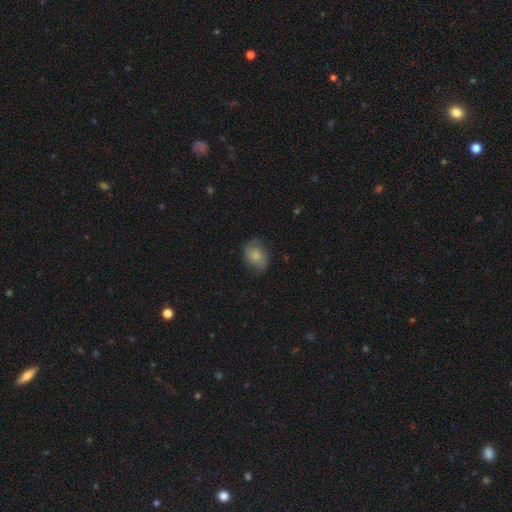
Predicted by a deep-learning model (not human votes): Overall: smooth (64%; featured or disk 27%). How rounded: in between (64%; round 34%). Merging: none (64%; minor disturbance 26%).